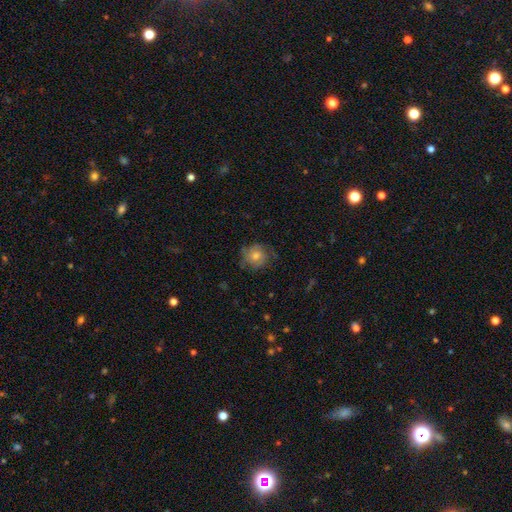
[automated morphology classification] A smooth galaxy with no disk features (49%).

Vote fractions:
- Smooth or featured? smooth: 49% / featured or disk: 39% / star or artifact: 12%
- Merging? none: 69% / minor disturbance: 20% / major disturbance: 10% / merger: 1%